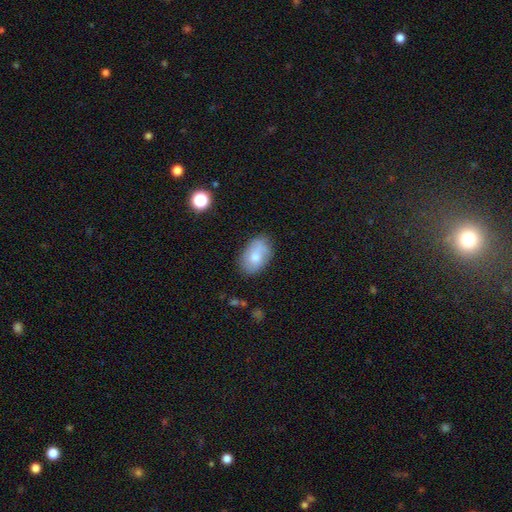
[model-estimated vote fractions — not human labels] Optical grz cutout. It shows a smooth galaxy with no disk features (73%) that is in between round and cigar-shaped (88%). Merging: none (68%).